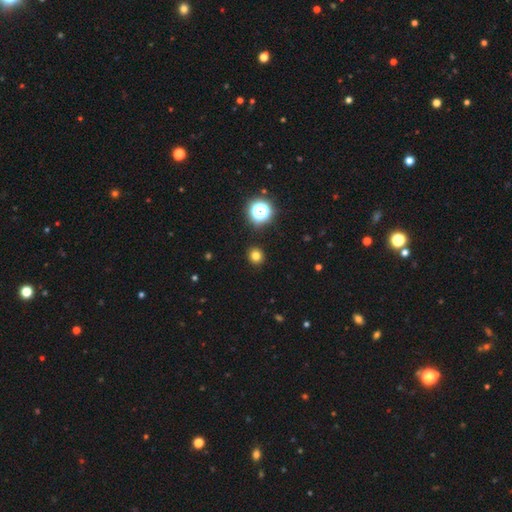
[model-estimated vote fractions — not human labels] smooth 77%, star or artifact 17%, featured or disk 5%. Down the decision tree: how rounded — round (89%); merging — none (92%).